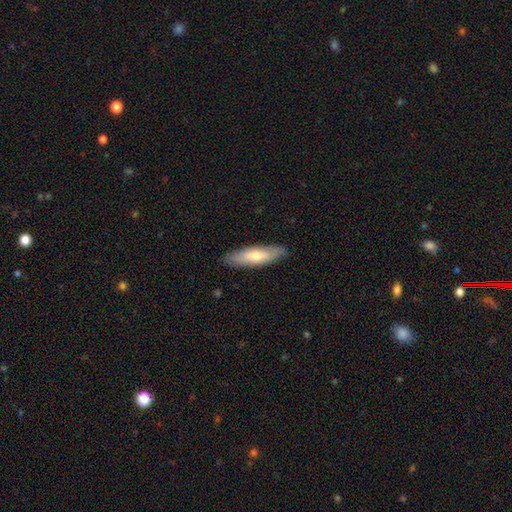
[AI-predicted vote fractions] Morphology: type=smooth (61%); roundness=cigar-shaped (61%); merging=none (87%).